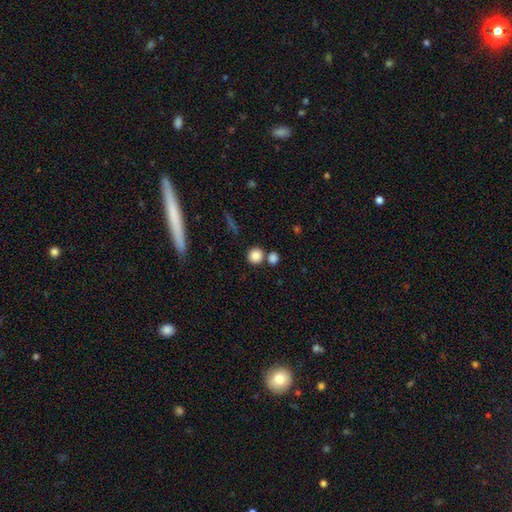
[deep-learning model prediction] Overall: smooth (85%). How rounded: round (89%). Merging: none (67%).